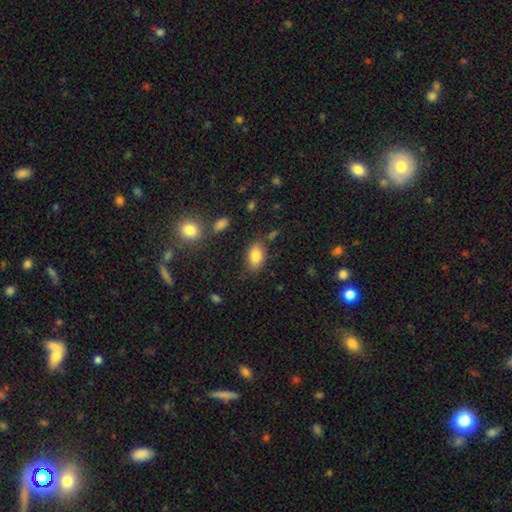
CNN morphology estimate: Smooth or featured: smooth — 80% (featured or disk — 11%)
How rounded: in between — 89% (round — 8%)
Merging: none — 76% (minor disturbance — 16%)